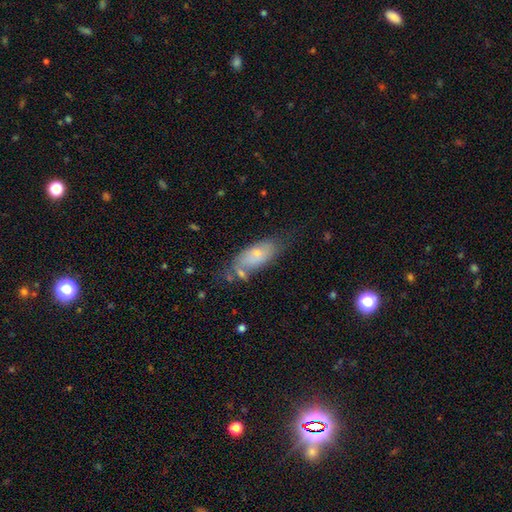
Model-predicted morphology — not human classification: smooth_or_featured: smooth (p=0.61) [alt: featured or disk p=0.31]
how_rounded: in between (p=0.84) [alt: cigar-shaped p=0.13]
merging: none (p=0.50) [alt: minor disturbance p=0.26]